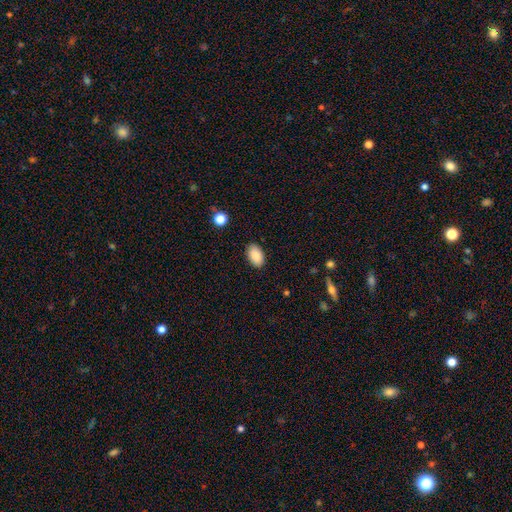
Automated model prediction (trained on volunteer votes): Morphology: type=smooth (90%); roundness=in between (92%); merging=none (88%).